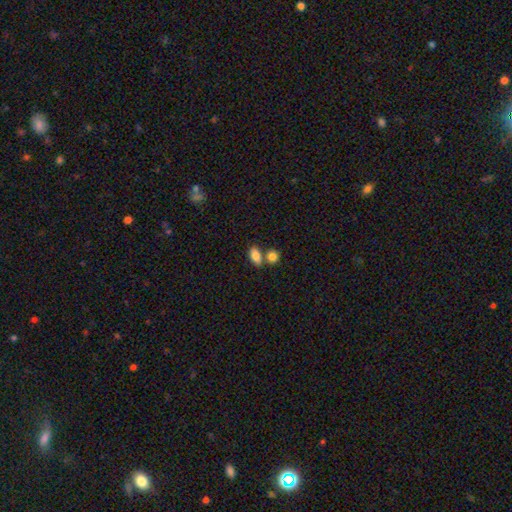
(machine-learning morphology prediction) smooth 83%, featured or disk 9%, star or artifact 8%. Down the decision tree: how rounded — in between (86%); merging — none (57%).